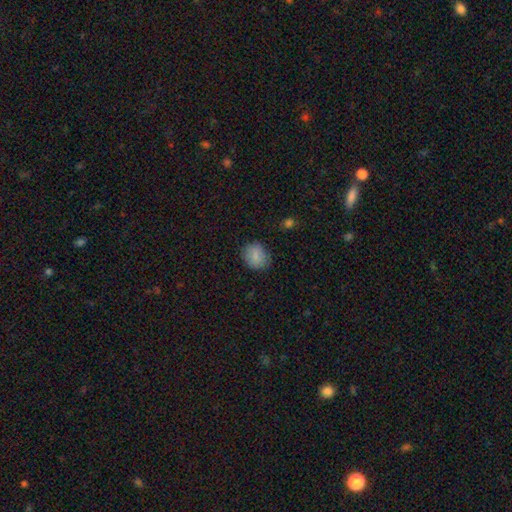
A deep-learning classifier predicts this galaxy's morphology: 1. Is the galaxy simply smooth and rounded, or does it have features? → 85% smooth, 8% star or artifact, 6% featured or disk.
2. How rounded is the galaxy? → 66% round, 33% in between, 1% cigar-shaped.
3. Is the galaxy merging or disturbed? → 80% none, 15% minor disturbance, 4% major disturbance, 1% merger.